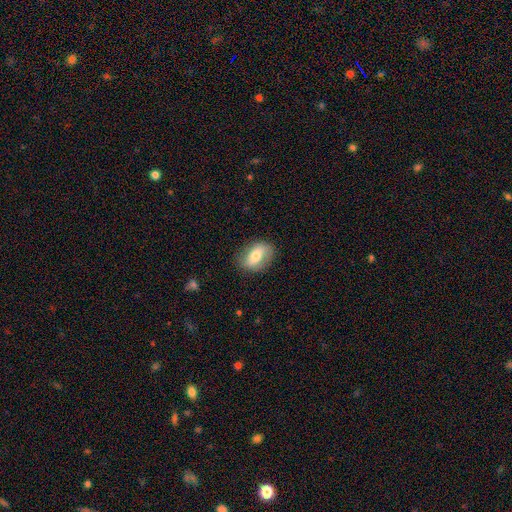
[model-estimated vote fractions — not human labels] This appears to be a smooth galaxy with no disk features (58%) that is in between round and cigar-shaped (79%). Merging: none (80%).